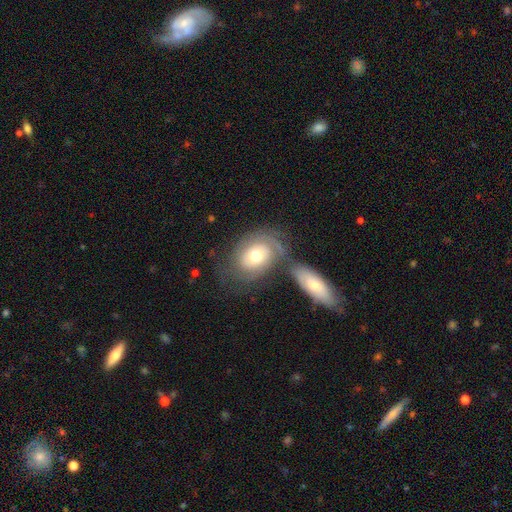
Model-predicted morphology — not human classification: Smooth or featured?
  - featured or disk: 64% *
  - smooth: 29%
  - star or artifact: 6%
Edge-on disk?
  - no: 95% *
  - yes: 5%
Bar?
  - no: 82% *
  - weak: 14%
  - strong: 3%
Spiral arms?
  - yes: 81% *
  - no: 19%
Bulge size?
  - moderate: 71% *
  - large: 16%
  - small: 10%
  - dominant: 2%
  - none: 1%
Merging?
  - none: 43% *
  - merger: 30%
  - minor disturbance: 16%
  - major disturbance: 12%